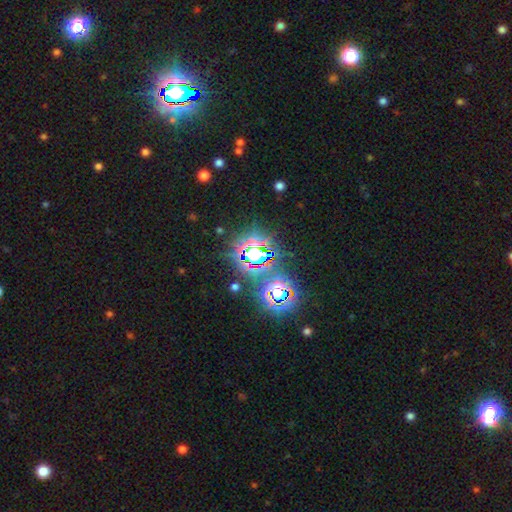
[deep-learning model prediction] A star or artifact, not a galaxy (76%).